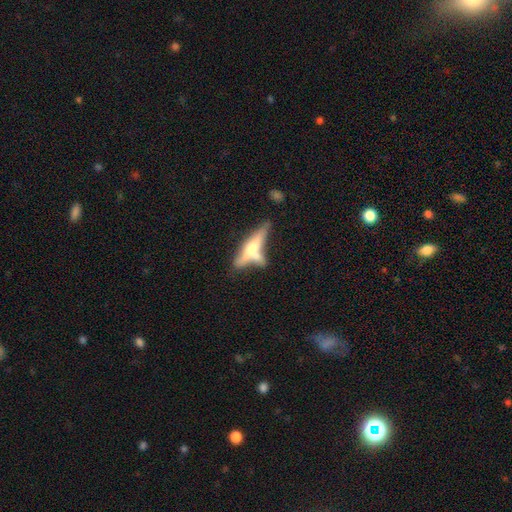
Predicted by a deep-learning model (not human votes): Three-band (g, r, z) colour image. It shows a featured or disk galaxy (51%) viewed edge-on (86%). Merging: none (40%).